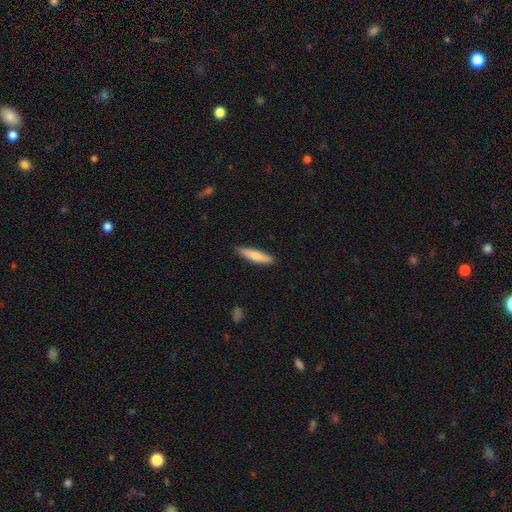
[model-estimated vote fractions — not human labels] A smooth galaxy with no disk features (78%) that is cigar-shaped (82%). Merging: none (86%).